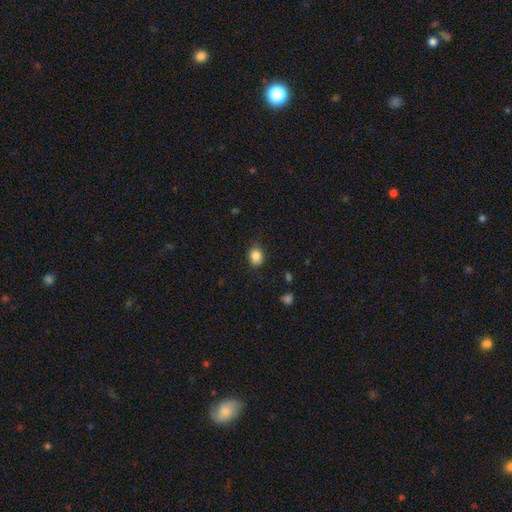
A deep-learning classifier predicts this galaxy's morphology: Q: Smooth or featured?
A: smooth (85%); runner-up: star or artifact (10%)
Q: How rounded?
A: in between (52%); runner-up: round (47%)
Q: Merging?
A: none (82%); runner-up: minor disturbance (14%)